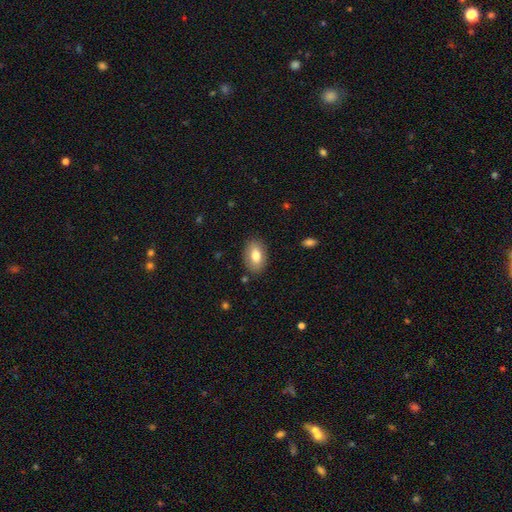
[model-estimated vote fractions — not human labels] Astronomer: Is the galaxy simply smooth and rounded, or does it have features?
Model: smooth — 76%.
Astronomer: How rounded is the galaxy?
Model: in between — 89%.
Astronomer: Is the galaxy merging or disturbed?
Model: none — 86%.